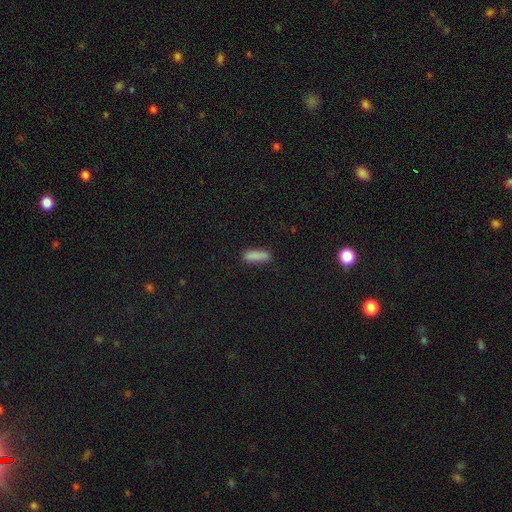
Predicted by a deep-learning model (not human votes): smooth 86%, star or artifact 9%, featured or disk 6%. Down the decision tree: how rounded — cigar-shaped (57%); merging — none (78%).